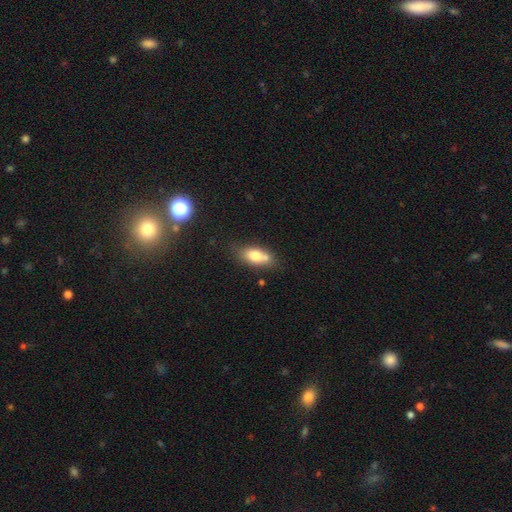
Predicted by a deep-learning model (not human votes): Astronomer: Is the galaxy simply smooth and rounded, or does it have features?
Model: smooth — 74%.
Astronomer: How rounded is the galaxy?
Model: in between — 83%.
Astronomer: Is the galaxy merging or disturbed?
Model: none — 52%.